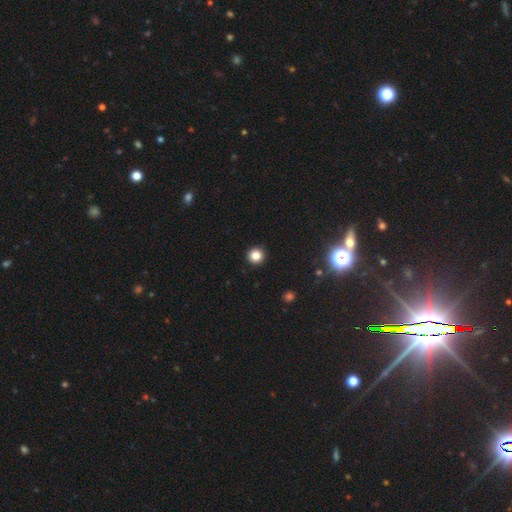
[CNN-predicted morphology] The model was most divided on "smooth or featured": smooth: 84%, star or artifact: 12%, featured or disk: 4%. More confident: how rounded — round (96%); merging — none (94%).